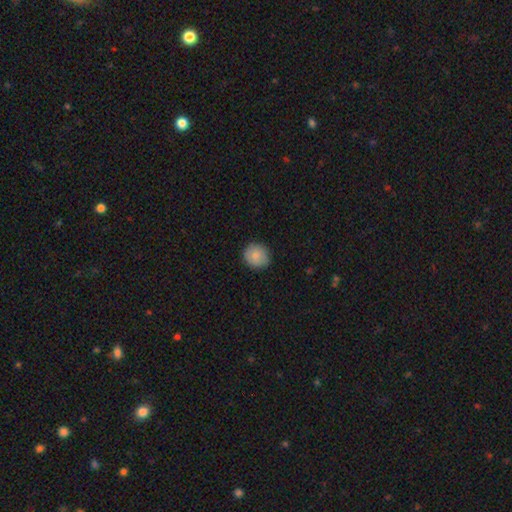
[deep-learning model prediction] smooth_or_featured: smooth (p=0.85) [alt: featured or disk p=0.08]
how_rounded: round (p=0.89) [alt: in between p=0.10]
merging: none (p=0.87) [alt: minor disturbance p=0.10]